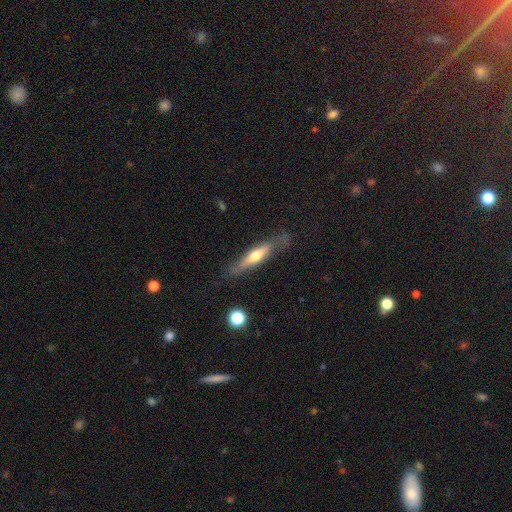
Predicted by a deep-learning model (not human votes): Smooth or featured?
  - featured or disk: 55% *
  - smooth: 39%
  - star or artifact: 6%
Edge-on disk?
  - yes: 90% *
  - no: 10%
Merging?
  - none: 74% *
  - minor disturbance: 18%
  - major disturbance: 6%
  - merger: 2%